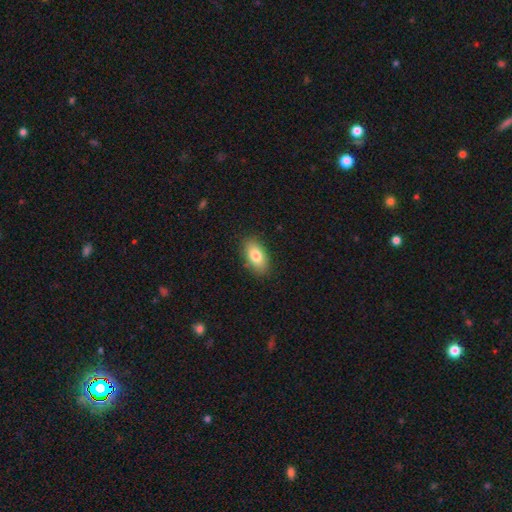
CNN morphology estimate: Smooth or featured?
  - smooth: 81% *
  - featured or disk: 12%
  - star or artifact: 7%
How rounded?
  - in between: 91% *
  - cigar-shaped: 5%
  - round: 4%
Merging?
  - none: 87% *
  - minor disturbance: 10%
  - major disturbance: 2%
  - merger: 1%